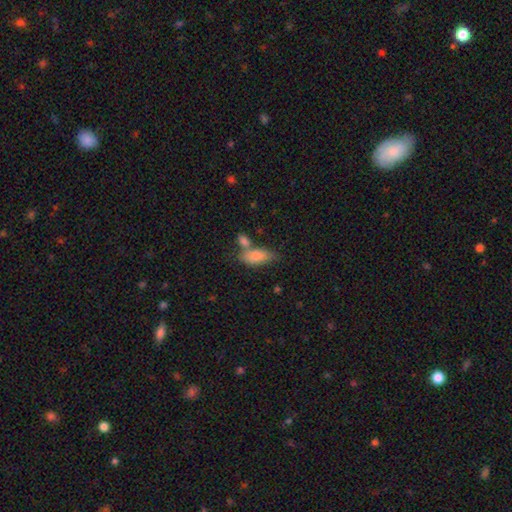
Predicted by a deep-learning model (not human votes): Morphology: type=smooth (81%); roundness=in between (83%); merging=none (41%).